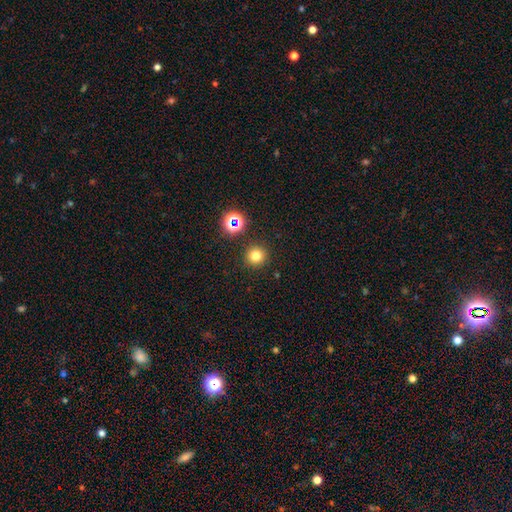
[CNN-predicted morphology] Q: Smooth or featured?
A: smooth (76%); runner-up: star or artifact (18%)
Q: How rounded?
A: round (95%); runner-up: in between (4%)
Q: Merging?
A: none (90%); runner-up: minor disturbance (5%)